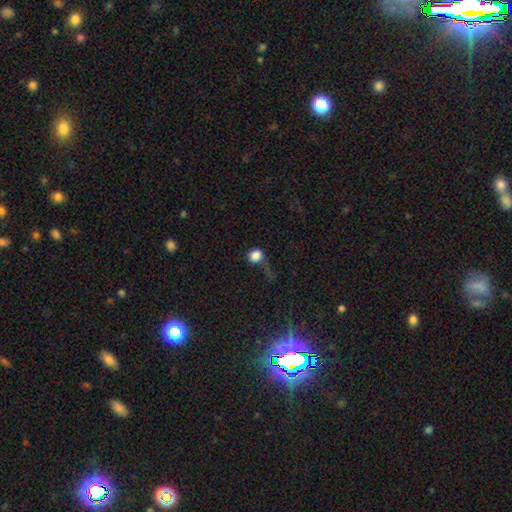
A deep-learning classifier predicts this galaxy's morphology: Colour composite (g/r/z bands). It shows a smooth galaxy with no disk features (80%) that is round (78%). Merging: none (44%).